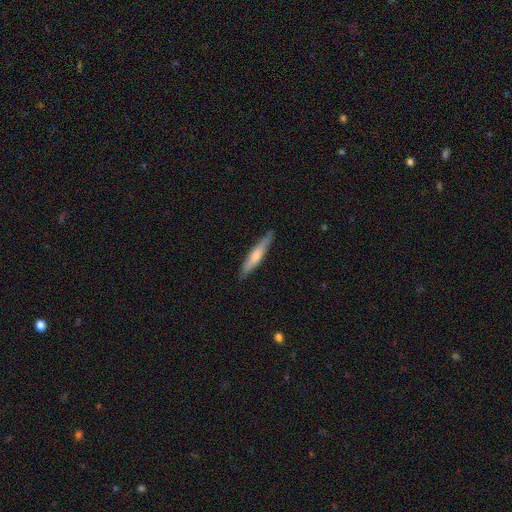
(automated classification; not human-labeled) smooth 59%, featured or disk 35%, star or artifact 5%. Down the decision tree: how rounded — cigar-shaped (90%); merging — none (86%).